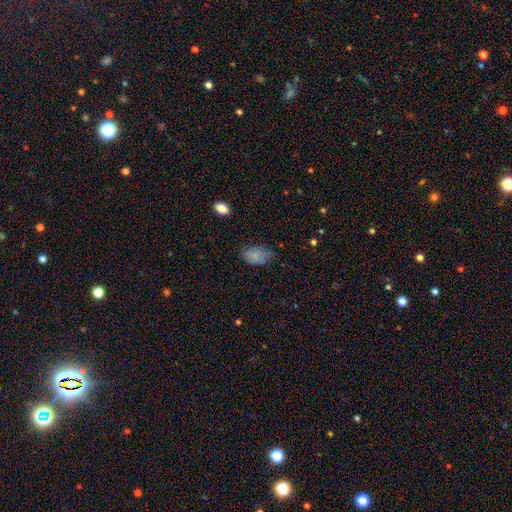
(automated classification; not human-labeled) A smooth galaxy with no disk features (81%) that is in between round and cigar-shaped (91%).

Vote fractions:
- Smooth or featured? smooth: 81% / featured or disk: 11% / star or artifact: 8%
- How rounded? in between: 91% / round: 8% / cigar-shaped: 1%
- Merging? none: 60% / minor disturbance: 32% / major disturbance: 7% / merger: 2%